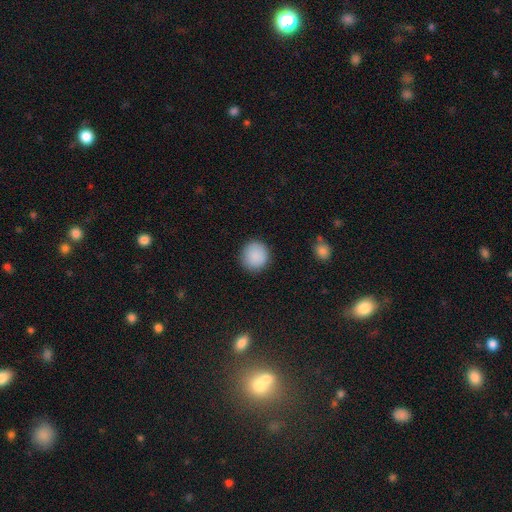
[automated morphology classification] type=smooth (89%); roundness=round (93%); merging=none (90%).